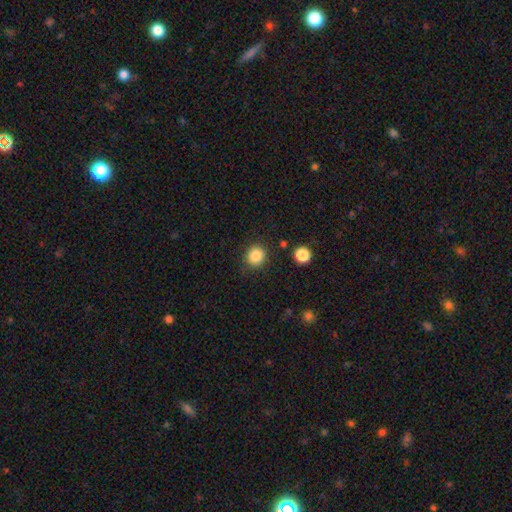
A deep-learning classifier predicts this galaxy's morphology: smooth 86%, star or artifact 10%, featured or disk 4%. Down the decision tree: how rounded — round (89%); merging — none (85%).